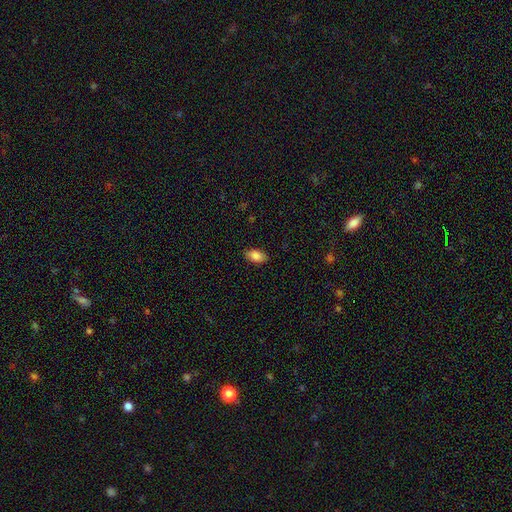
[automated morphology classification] Smooth or featured: smooth — 87% (star or artifact — 8%)
How rounded: in between — 92% (round — 5%)
Merging: none — 87% (minor disturbance — 10%)